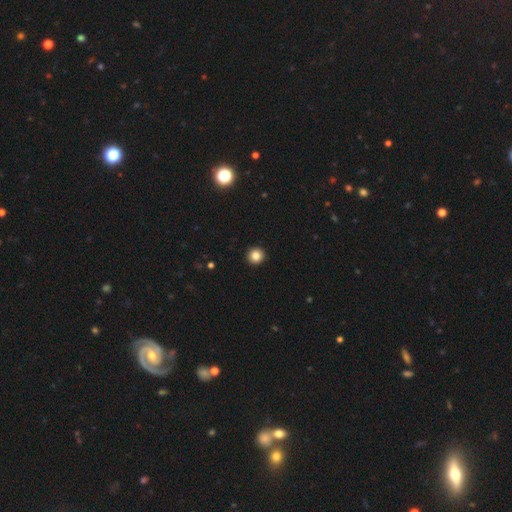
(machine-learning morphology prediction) The model was most divided on "smooth or featured": smooth: 85%, star or artifact: 10%, featured or disk: 5%. More confident: how rounded — round (95%); merging — none (94%).